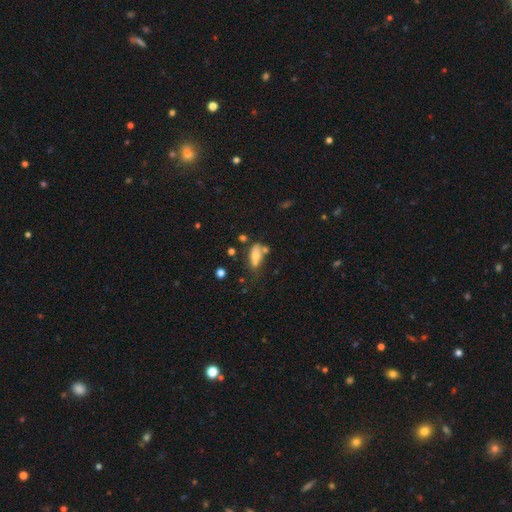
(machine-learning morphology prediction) Smooth or featured?
  - smooth: 66% *
  - featured or disk: 24%
  - star or artifact: 10%
How rounded?
  - in between: 75% *
  - cigar-shaped: 20%
  - round: 4%
Merging?
  - none: 40% *
  - minor disturbance: 25%
  - merger: 21%
  - major disturbance: 13%